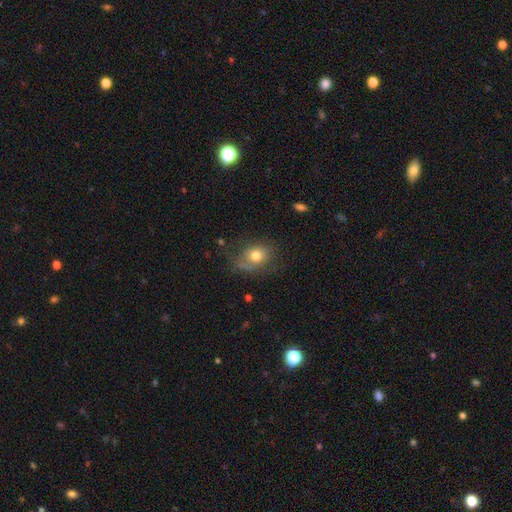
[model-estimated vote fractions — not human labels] smooth 70%, featured or disk 20%, star or artifact 11%. Down the decision tree: how rounded — in between (56%); merging — none (57%).